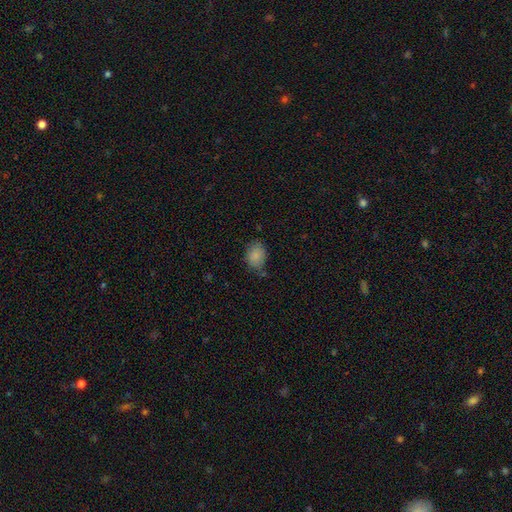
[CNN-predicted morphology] The model was most divided on "how rounded": in between: 64%, round: 35%, cigar-shaped: 1%. More confident: smooth or featured — smooth (85%); merging — none (68%).